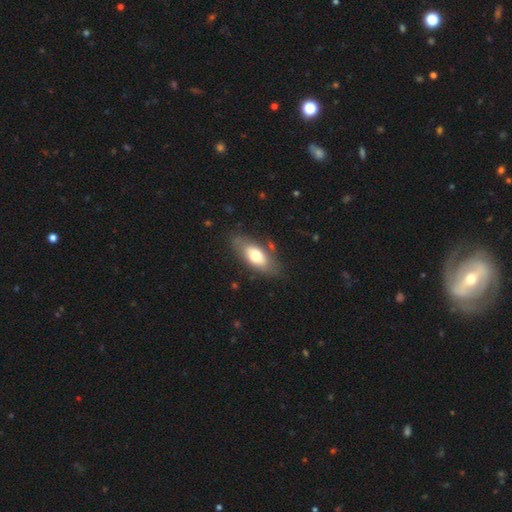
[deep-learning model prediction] The model was most divided on "smooth or featured": smooth: 65%, featured or disk: 29%, star or artifact: 6%. More confident: how rounded — in between (85%); merging — none (77%).